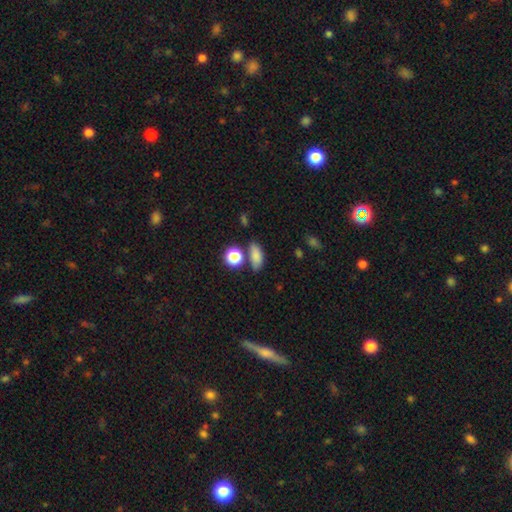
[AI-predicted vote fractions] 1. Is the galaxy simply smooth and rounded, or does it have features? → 81% smooth, 11% star or artifact, 8% featured or disk.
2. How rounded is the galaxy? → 74% in between, 15% round, 11% cigar-shaped.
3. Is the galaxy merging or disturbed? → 66% none, 16% minor disturbance, 13% merger, 5% major disturbance.